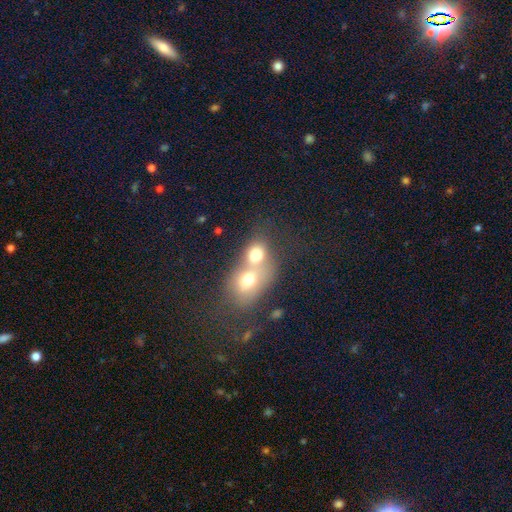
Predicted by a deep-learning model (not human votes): Morphology: type=smooth (70%); roundness=in between (51%); merging=merger (67%).